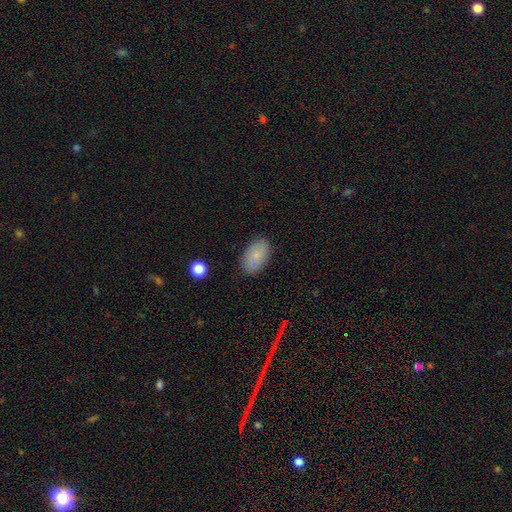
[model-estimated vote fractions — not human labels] A smooth galaxy with no disk features (82%) that is in between round and cigar-shaped (92%). Merging: none (84%).